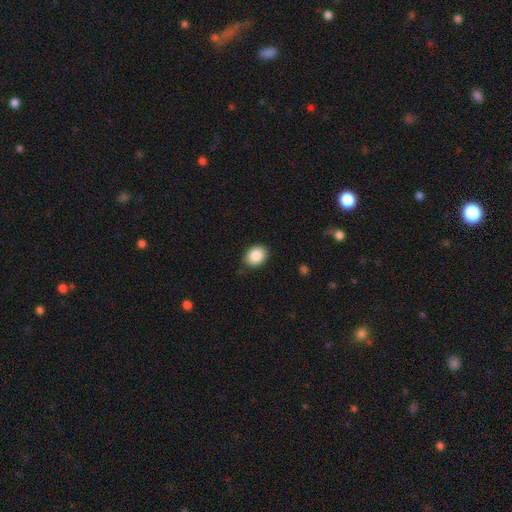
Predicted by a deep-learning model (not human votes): smooth 87%, star or artifact 8%, featured or disk 5%. Down the decision tree: how rounded — in between (66%); merging — none (84%).